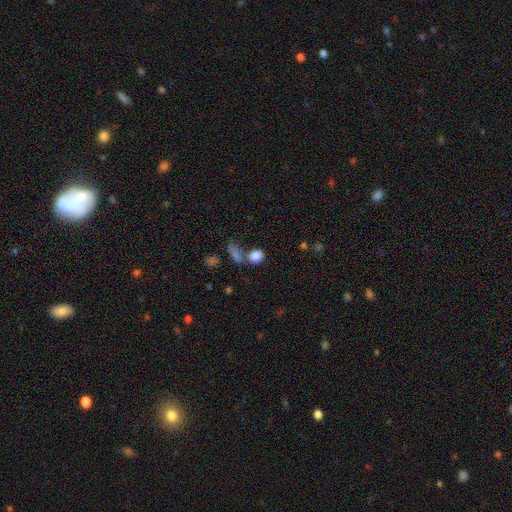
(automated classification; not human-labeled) smooth-or-featured: smooth: 84% | star or artifact: 10% | featured or disk: 6%
  how-rounded: round: 57% | in between: 41% | cigar-shaped: 2%
  merging: none: 55% | merger: 27% | minor disturbance: 12% | major disturbance: 6%